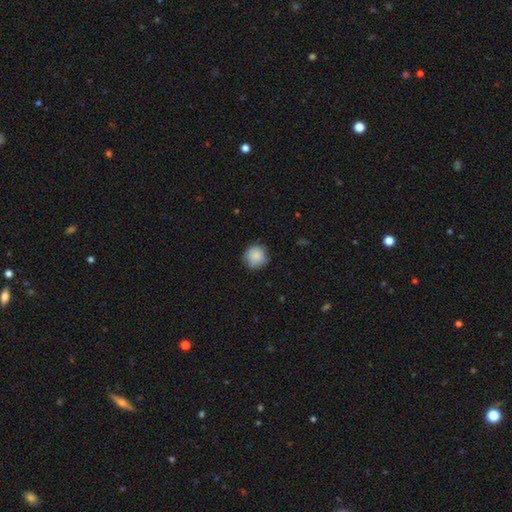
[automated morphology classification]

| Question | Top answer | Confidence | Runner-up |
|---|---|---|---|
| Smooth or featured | smooth | 87% | star or artifact (8%) |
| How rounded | round | 94% | in between (5%) |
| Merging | none | 84% | minor disturbance (12%) |